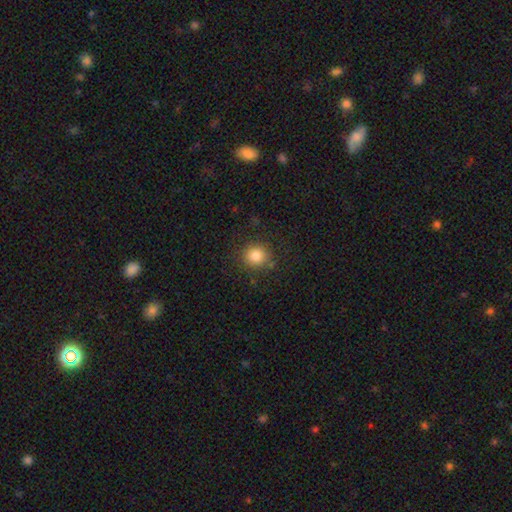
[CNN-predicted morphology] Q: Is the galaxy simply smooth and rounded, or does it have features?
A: smooth — 83%.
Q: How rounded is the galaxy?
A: round — 88%.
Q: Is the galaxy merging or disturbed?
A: none — 86%.